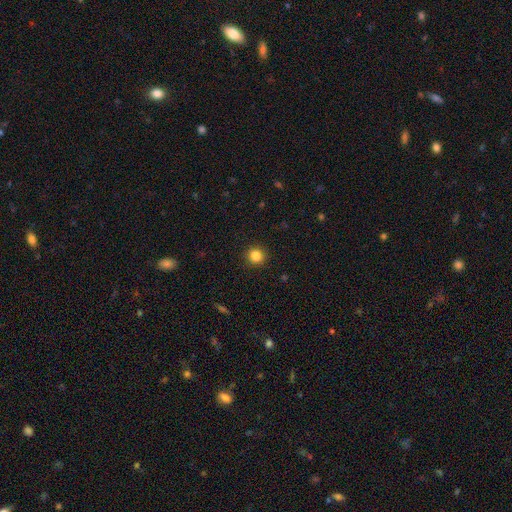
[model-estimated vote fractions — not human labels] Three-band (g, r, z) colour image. It shows a smooth galaxy with no disk features (84%) that is round (94%). Merging: none (92%).